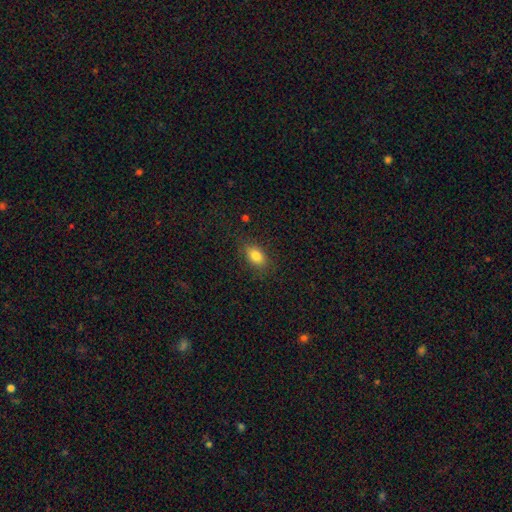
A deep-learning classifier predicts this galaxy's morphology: Smooth or featured? smooth (83%)
How rounded? in between (83%)
Merging? none (83%)